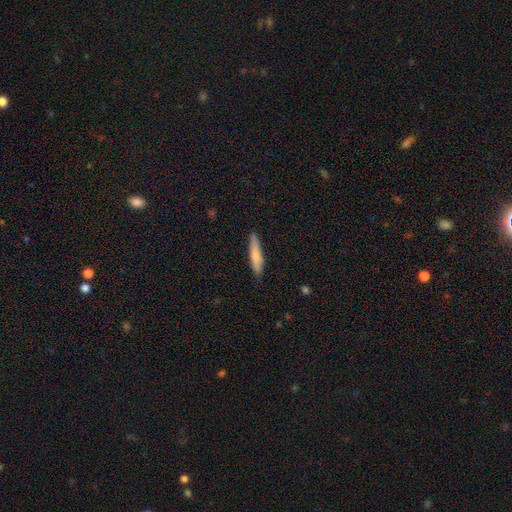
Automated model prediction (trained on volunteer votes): This appears to be a smooth galaxy with no disk features (72%) that is cigar-shaped (87%). Merging: none (87%).